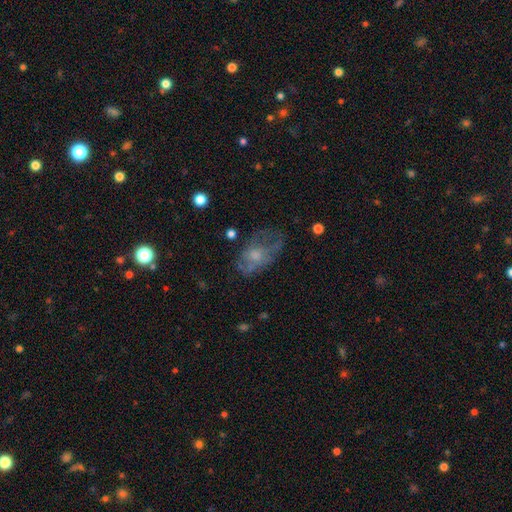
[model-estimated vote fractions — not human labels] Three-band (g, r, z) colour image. It shows a featured or disk galaxy (45%). Merging: none (44%).